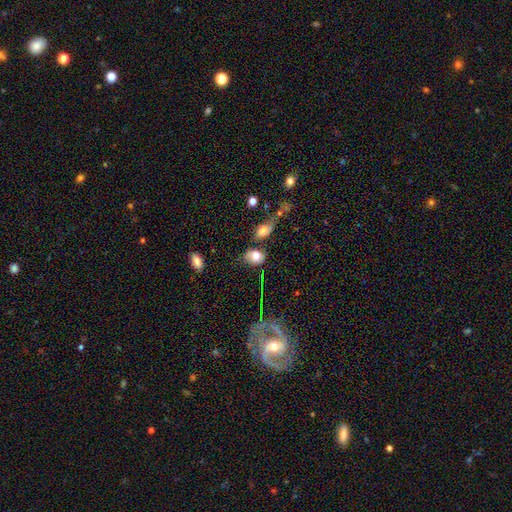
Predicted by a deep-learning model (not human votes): smooth_or_featured: smooth (p=0.76) [alt: featured or disk p=0.14]
how_rounded: in between (p=0.68) [alt: round p=0.30]
merging: none (p=0.56) [alt: minor disturbance p=0.18]